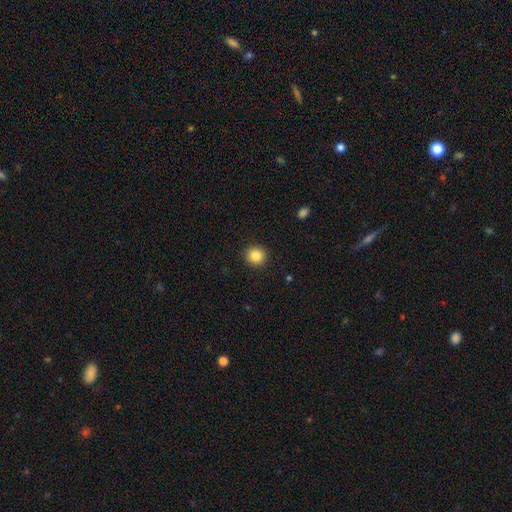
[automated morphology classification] type=smooth (85%); roundness=round (93%); merging=none (91%).